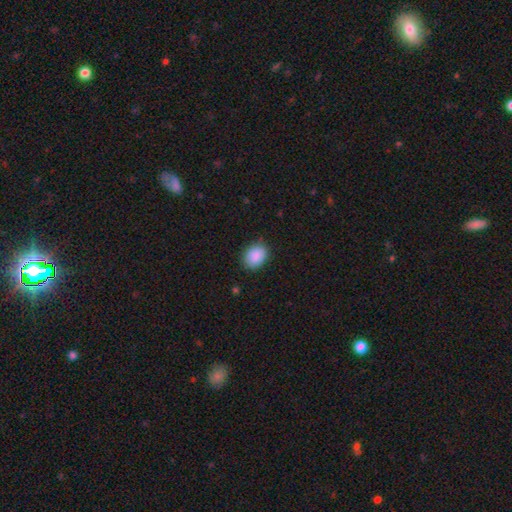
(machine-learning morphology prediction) This appears to be a smooth galaxy with no disk features (89%) that is in between round and cigar-shaped (69%). Merging: none (85%).